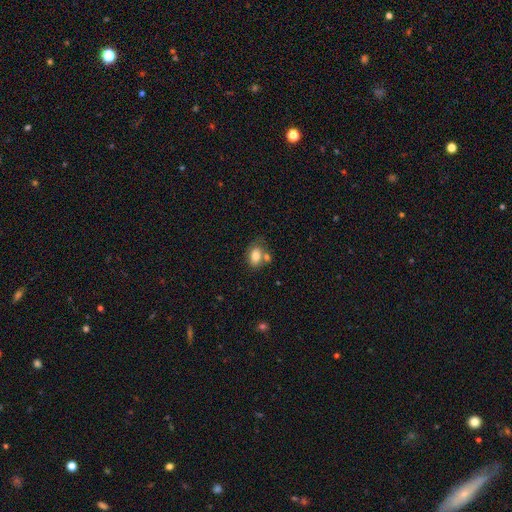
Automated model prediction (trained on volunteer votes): Smooth or featured?
  - smooth: 81% *
  - featured or disk: 11%
  - star or artifact: 9%
How rounded?
  - in between: 80% *
  - round: 18%
  - cigar-shaped: 1%
Merging?
  - none: 51% *
  - merger: 27%
  - minor disturbance: 17%
  - major disturbance: 5%